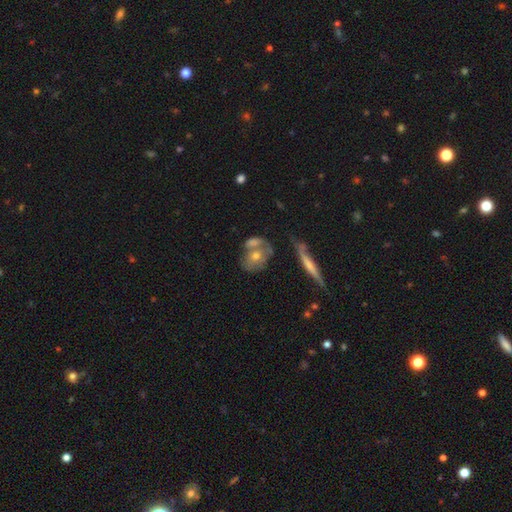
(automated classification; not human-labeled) This is possibly a featured or disk galaxy (49%). Merging: possibly none (45%).